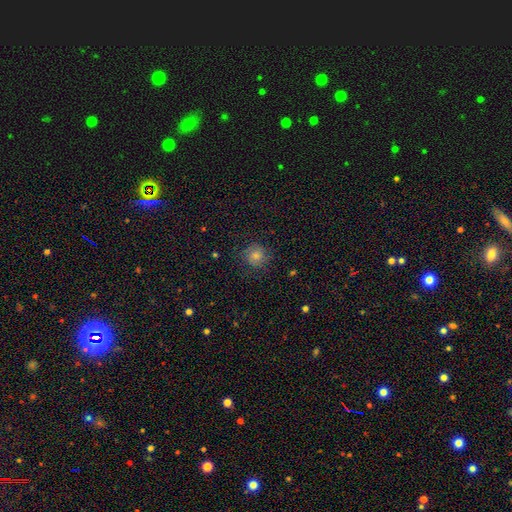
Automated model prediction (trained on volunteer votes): This appears to be a smooth galaxy with no disk features (48%). Merging: none (79%).